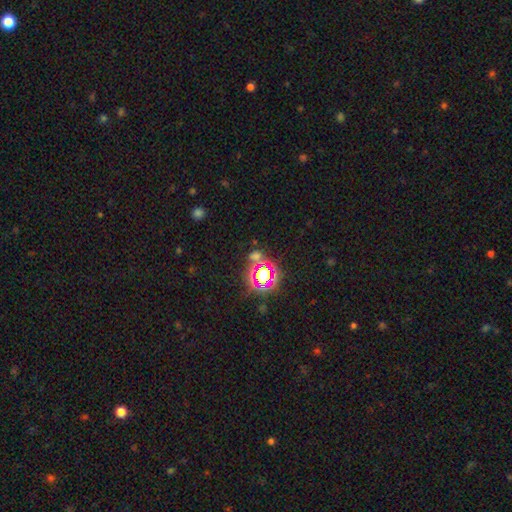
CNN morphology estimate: Overall: star or artifact (64%; smooth 26%).